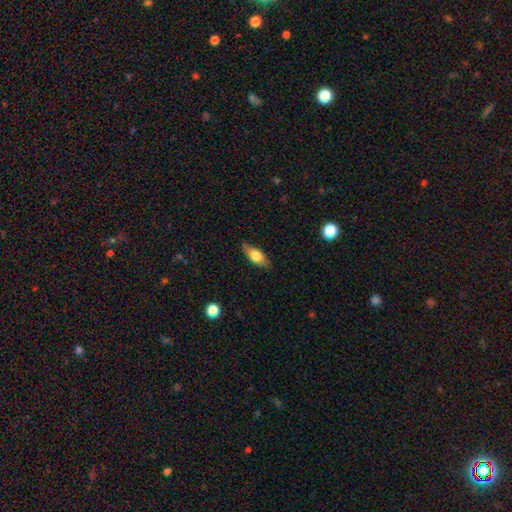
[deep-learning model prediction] smooth_or_featured: smooth (p=0.72) [alt: featured or disk p=0.21]
how_rounded: in between (p=0.78) [alt: cigar-shaped p=0.17]
merging: none (p=0.79) [alt: minor disturbance p=0.16]